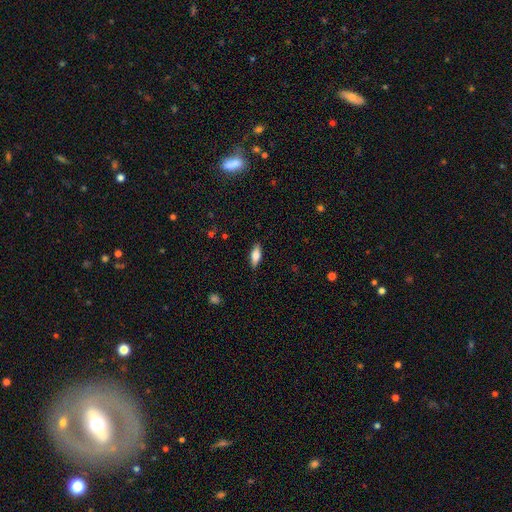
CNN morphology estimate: This appears to be a smooth galaxy with no disk features (72%) that is in between round and cigar-shaped (69%). Merging: none (87%).